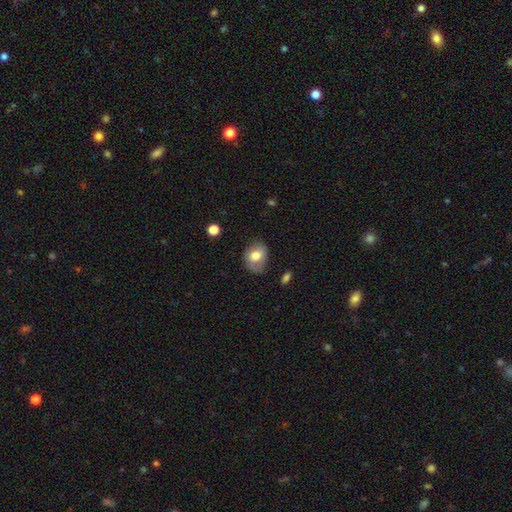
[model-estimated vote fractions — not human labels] Overall: smooth (71%). How rounded: in between (59%; round 40%). Merging: none (59%; minor disturbance 29%).